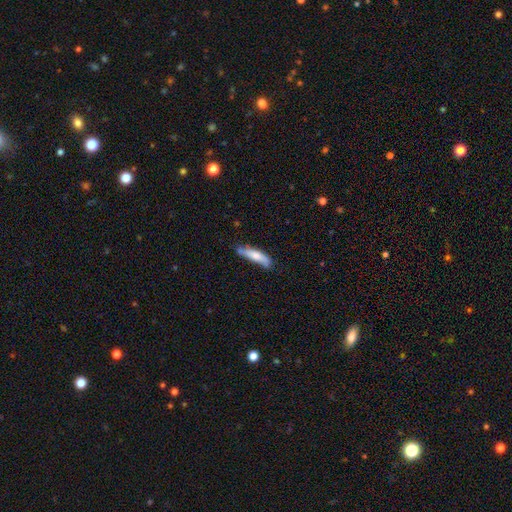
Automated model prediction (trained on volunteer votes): smooth 69%, featured or disk 26%, star or artifact 6%. Down the decision tree: how rounded — cigar-shaped (74%); merging — none (63%).